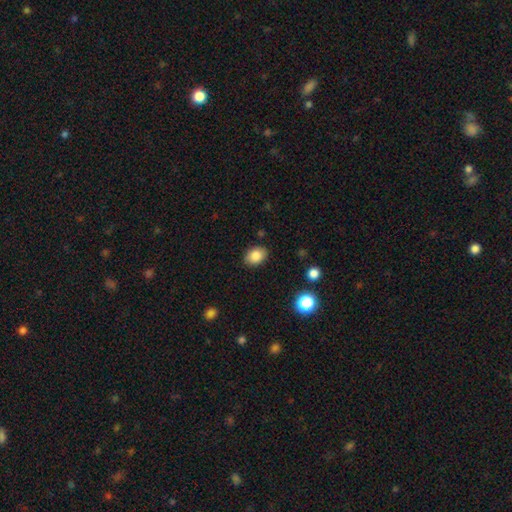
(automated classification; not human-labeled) This appears to be a smooth galaxy with no disk features (84%) that is in between round and cigar-shaped (72%). Merging: none (86%).